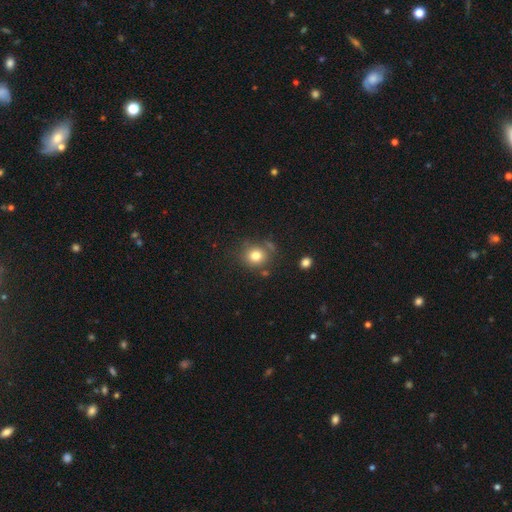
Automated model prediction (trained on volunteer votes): smooth-or-featured: smooth: 79% | star or artifact: 12% | featured or disk: 9%
  how-rounded: round: 81% | in between: 18% | cigar-shaped: 1%
  merging: none: 74% | minor disturbance: 13% | merger: 9% | major disturbance: 5%